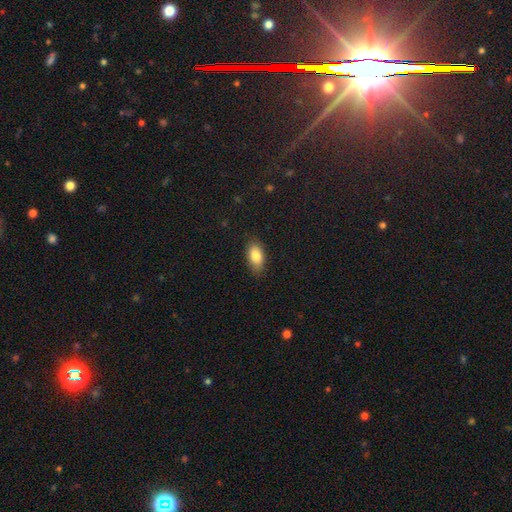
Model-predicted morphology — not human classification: This is clearly a smooth galaxy (85%). How rounded: clearly in between (91%). Merging: clearly none (83%).